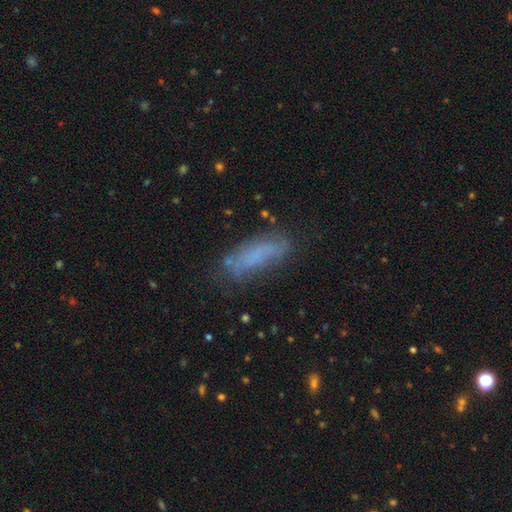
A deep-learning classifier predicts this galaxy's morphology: The model was most divided on "how rounded": in between: 55%, cigar-shaped: 43%, round: 2%. More confident: smooth or featured — smooth (64%); merging — none (62%).